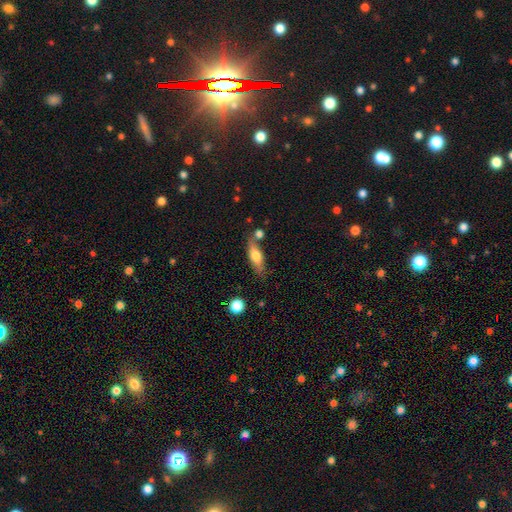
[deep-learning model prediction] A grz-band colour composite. It shows a smooth galaxy with no disk features (64%) that is in between round and cigar-shaped (54%). Merging: none (65%).